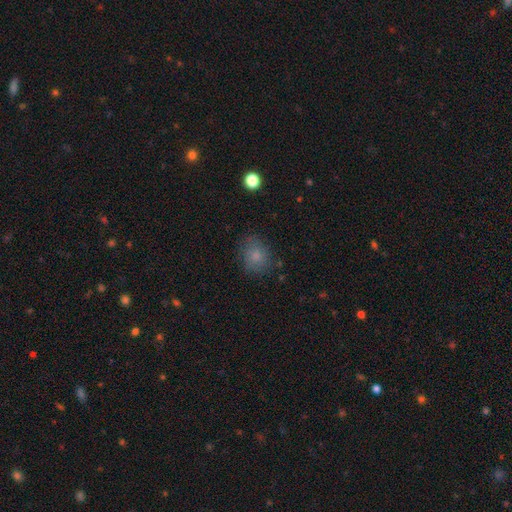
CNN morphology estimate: A smooth galaxy with no disk features (80%) that is round (60%). Merging: none (75%).